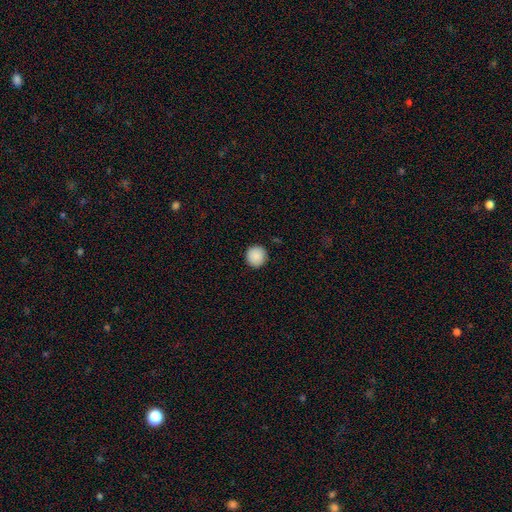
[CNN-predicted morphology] The model was most divided on "smooth or featured": smooth: 89%, star or artifact: 8%, featured or disk: 3%. More confident: how rounded — round (94%); merging — none (92%).